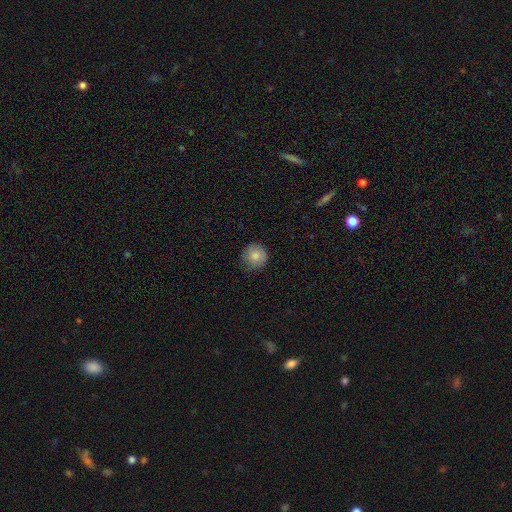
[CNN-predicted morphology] smooth_or_featured: smooth (p=0.83) [alt: star or artifact p=0.09]
how_rounded: round (p=0.93) [alt: in between p=0.06]
merging: none (p=0.79) [alt: minor disturbance p=0.17]